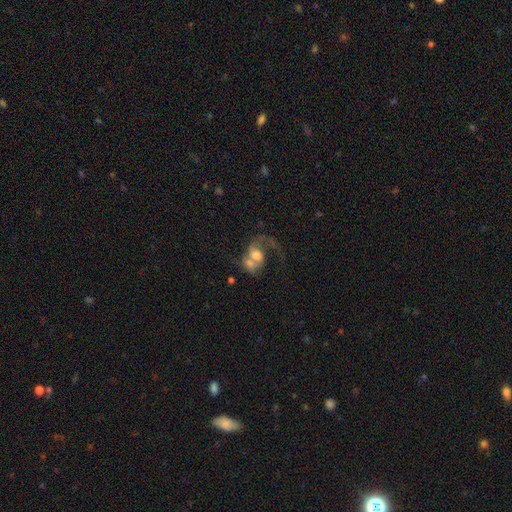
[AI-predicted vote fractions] Smooth or featured? featured or disk (59%)
Edge-on disk? no (97%)
Bar? no (67%)
Spiral arms? yes (75%)
Bulge size? moderate (50%)
Merging? merger (59%)